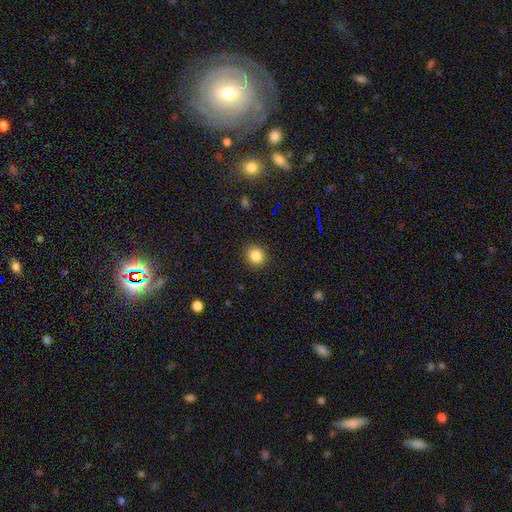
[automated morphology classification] smooth-or-featured: smooth: 84% | star or artifact: 11% | featured or disk: 5%
  how-rounded: round: 90% | in between: 9% | cigar-shaped: 1%
  merging: none: 90% | minor disturbance: 6% | major disturbance: 2% | merger: 1%